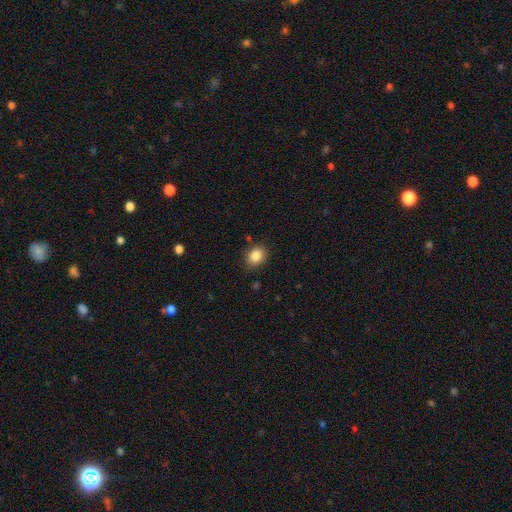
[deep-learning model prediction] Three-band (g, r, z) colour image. It shows a smooth galaxy with no disk features (86%) that is round (55%). Merging: none (85%).